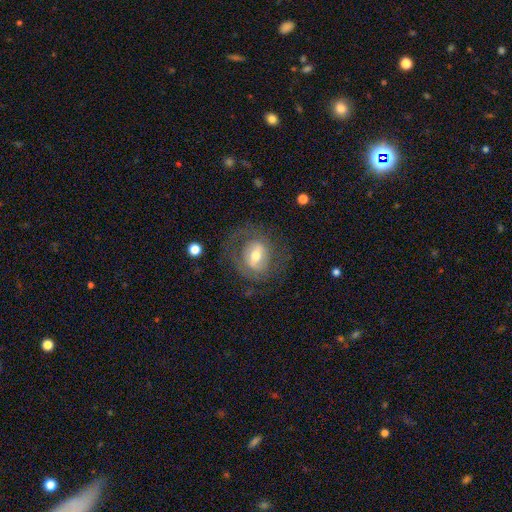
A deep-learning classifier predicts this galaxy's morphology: Overall: featured or disk (62%; smooth 31%). Edge-on disk: no (94%). Bar: weak (44%; strong 31%). Spiral arms: yes (58%; no 42%). Bulge size: moderate (68%). Merging: none (65%).